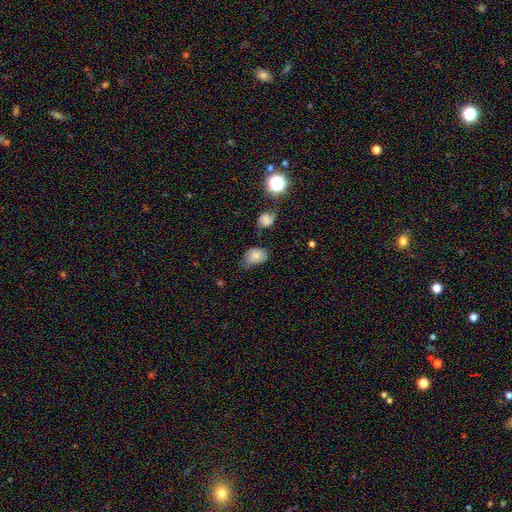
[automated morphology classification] smooth-or-featured: smooth: 74% | featured or disk: 15% | star or artifact: 11%
  how-rounded: in between: 75% | round: 24% | cigar-shaped: 1%
  merging: none: 44% | minor disturbance: 38% | major disturbance: 13% | merger: 5%